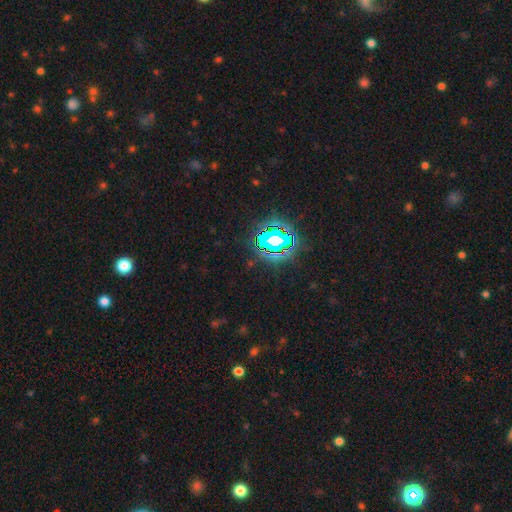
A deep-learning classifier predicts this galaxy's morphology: This is clearly a star or artifact rather than a galaxy (81%).